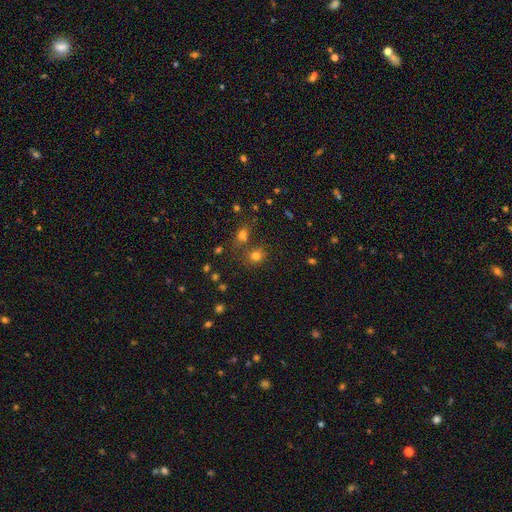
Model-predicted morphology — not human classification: smooth_or_featured: smooth (p=0.73) [alt: star or artifact p=0.19]
how_rounded: round (p=0.71) [alt: in between p=0.28]
merging: none (p=0.66) [alt: merger p=0.18]